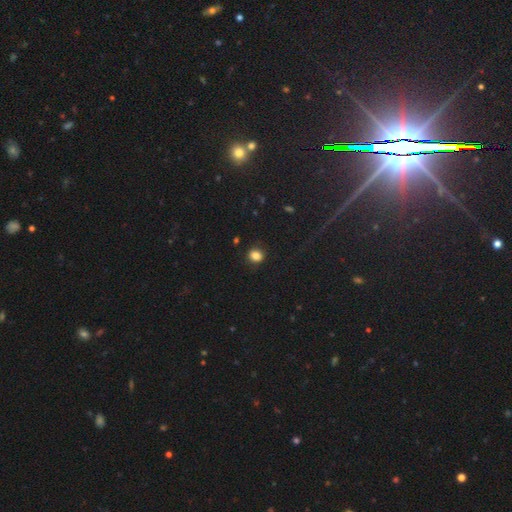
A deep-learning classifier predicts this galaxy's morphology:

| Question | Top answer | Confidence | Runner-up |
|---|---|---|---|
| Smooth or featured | smooth | 84% | star or artifact (11%) |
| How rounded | round | 66% | in between (33%) |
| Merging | none | 86% | minor disturbance (10%) |